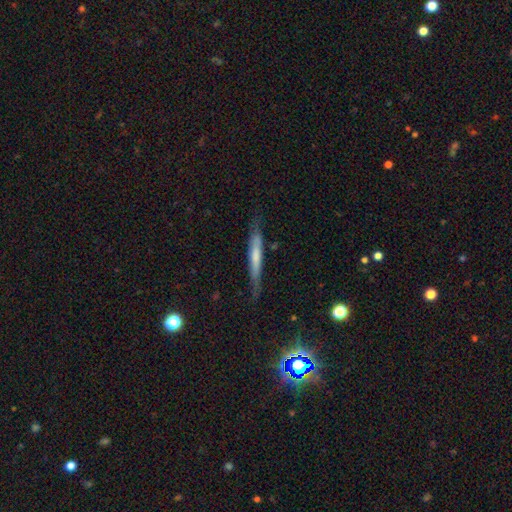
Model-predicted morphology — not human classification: Smooth or featured? smooth (49%)
Merging? none (75%)